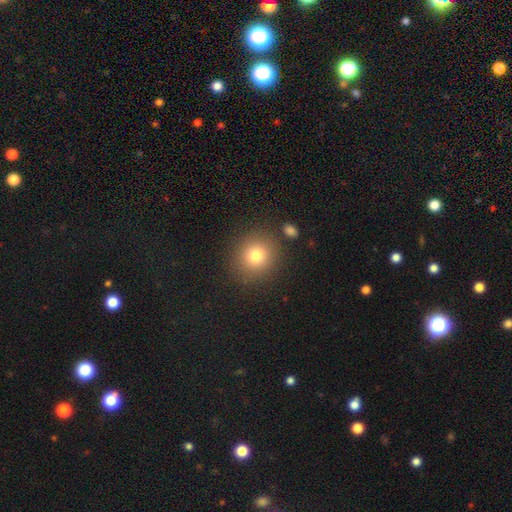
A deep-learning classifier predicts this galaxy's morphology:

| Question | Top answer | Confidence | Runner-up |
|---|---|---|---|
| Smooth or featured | smooth | 78% | star or artifact (13%) |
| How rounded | round | 88% | in between (11%) |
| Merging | none | 85% | minor disturbance (8%) |